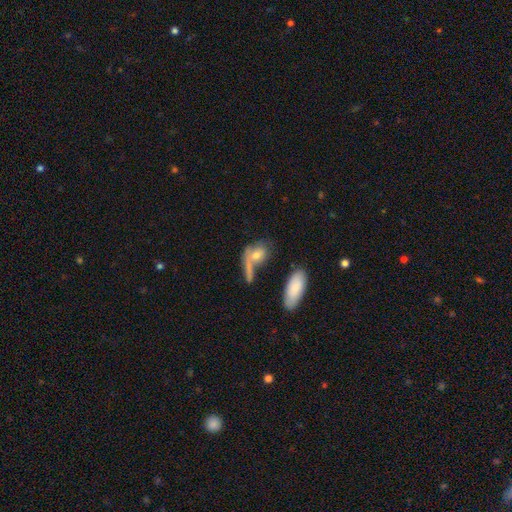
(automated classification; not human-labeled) smooth 56%, featured or disk 30%, star or artifact 14%. Down the decision tree: how rounded — in between (60%); merging — none (38%).